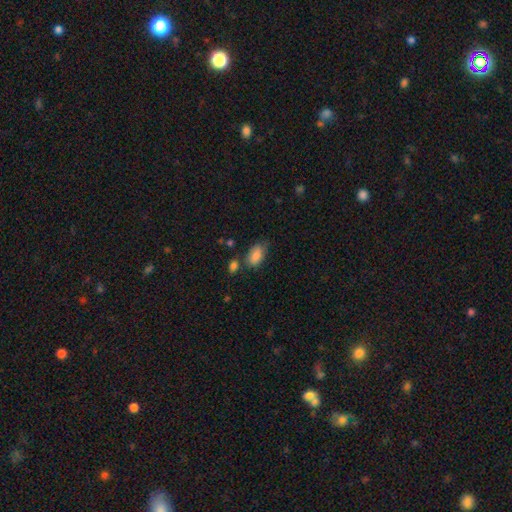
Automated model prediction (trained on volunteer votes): smooth-or-featured: smooth: 83% | featured or disk: 9% | star or artifact: 7%
  how-rounded: in between: 91% | round: 6% | cigar-shaped: 3%
  merging: none: 57% | minor disturbance: 27% | merger: 9% | major disturbance: 8%